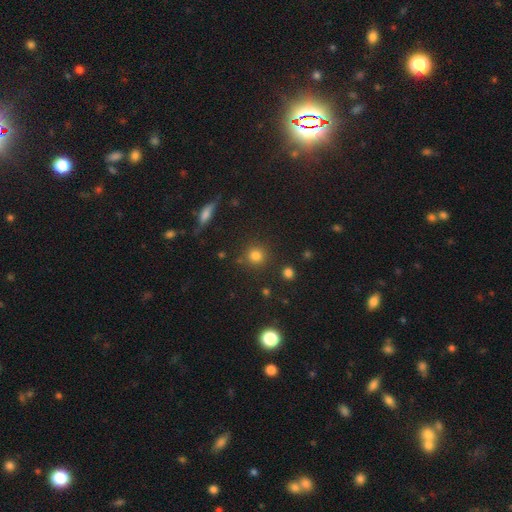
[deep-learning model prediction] The model was most divided on "smooth or featured": smooth: 79%, star or artifact: 15%, featured or disk: 6%. More confident: how rounded — round (92%); merging — none (84%).